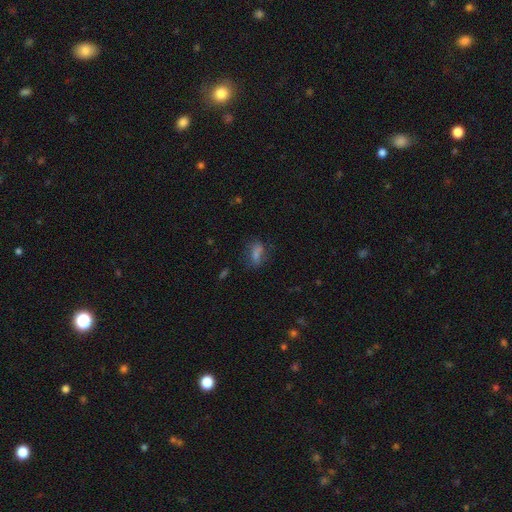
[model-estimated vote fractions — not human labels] A smooth galaxy with no disk features (63%) that is in between round and cigar-shaped (69%).

Vote fractions:
- Smooth or featured? smooth: 63% / featured or disk: 19% / star or artifact: 18%
- How rounded? in between: 69% / cigar-shaped: 20% / round: 12%
- Merging? none: 67% / minor disturbance: 20% / major disturbance: 10% / merger: 4%